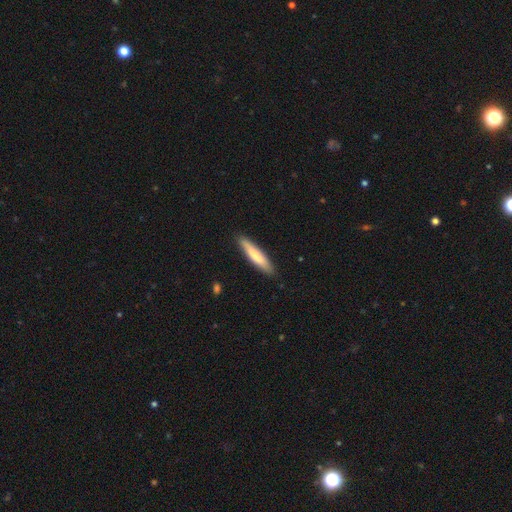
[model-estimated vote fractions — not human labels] smooth-or-featured: smooth: 73% | featured or disk: 22% | star or artifact: 5%
  how-rounded: cigar-shaped: 86% | in between: 13% | round: 1%
  merging: none: 87% | minor disturbance: 10% | major disturbance: 2% | merger: 1%